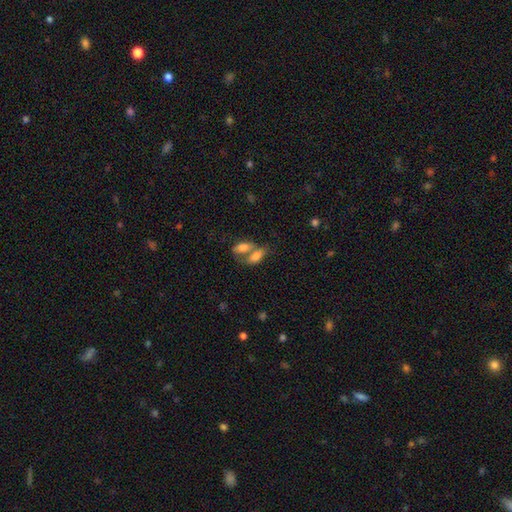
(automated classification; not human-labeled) This appears to be a smooth galaxy with no disk features (76%) that is in between round and cigar-shaped (82%). Merging: merger (59%).